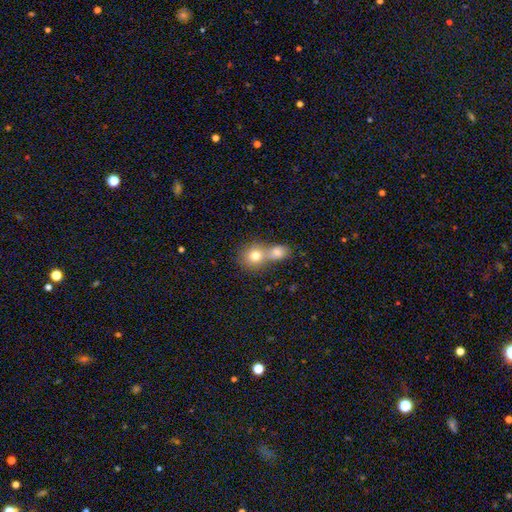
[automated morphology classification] Q: Smooth or featured?
A: smooth (76%); runner-up: featured or disk (14%)
Q: How rounded?
A: round (78%); runner-up: in between (21%)
Q: Merging?
A: merger (60%); runner-up: none (31%)